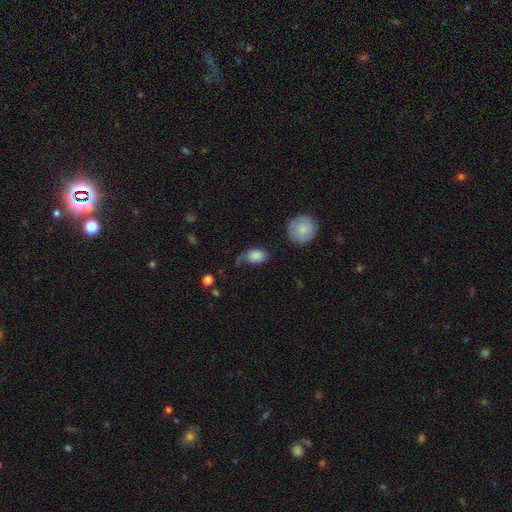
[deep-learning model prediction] Overall: smooth (81%). How rounded: in between (78%). Merging: none (36%; minor disturbance 33%).